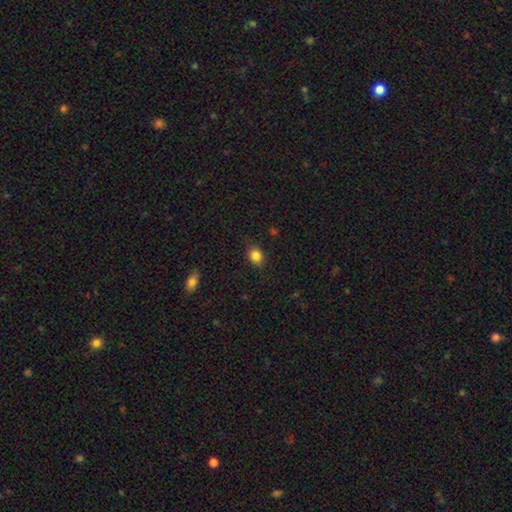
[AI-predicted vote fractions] Morphology: type=smooth (84%); roundness=round (53%); merging=none (81%).